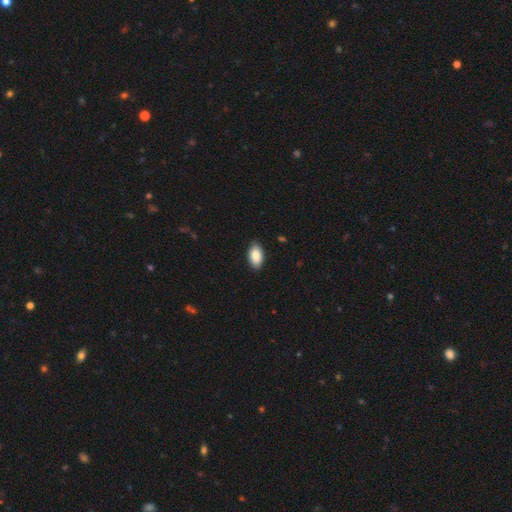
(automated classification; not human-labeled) Overall: smooth (88%). How rounded: in between (94%). Merging: none (87%).